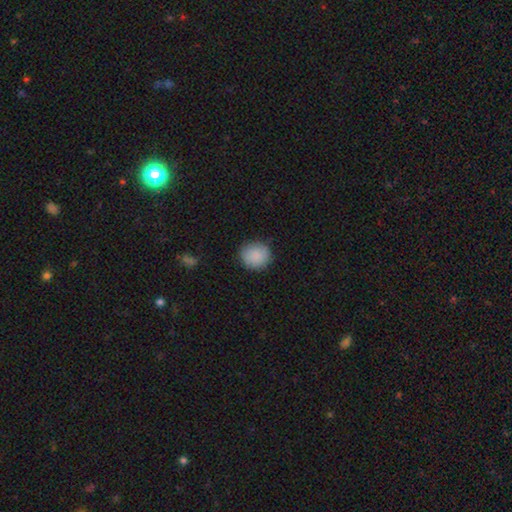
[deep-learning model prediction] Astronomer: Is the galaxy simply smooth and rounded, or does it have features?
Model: smooth — 89%.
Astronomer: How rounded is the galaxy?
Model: round — 85%.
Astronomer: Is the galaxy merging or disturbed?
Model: none — 87%.